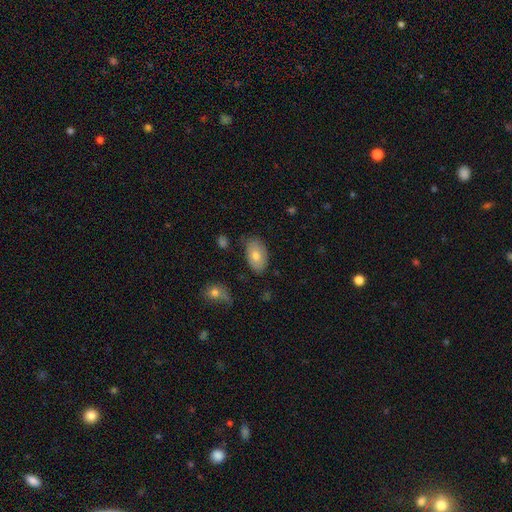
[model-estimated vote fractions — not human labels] This is likely a smooth galaxy (73%). How rounded: clearly in between (93%). Merging: likely none (76%).